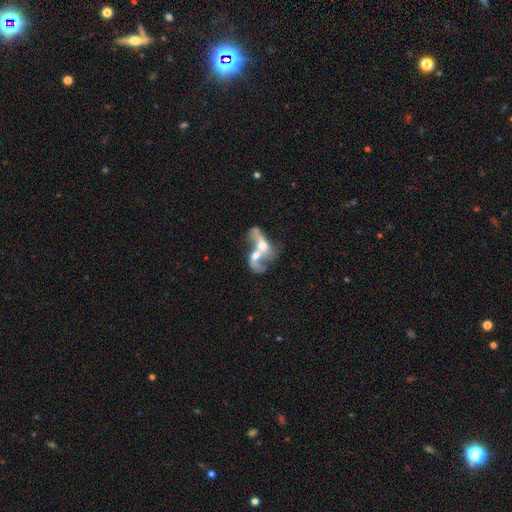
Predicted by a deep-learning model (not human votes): A featured or disk galaxy (57%) with no bar (75%), no spiral arms (58%) and a moderate central bulge (52%).

Vote fractions:
- Smooth or featured? featured or disk: 57% / smooth: 34% / star or artifact: 9%
- Edge-on disk? no: 94% / yes: 6%
- Bar? no: 75% / weak: 19% / strong: 6%
- Spiral arms? no: 58% / yes: 42%
- Bulge size? moderate: 52% / large: 19% / small: 14% / none: 12% / dominant: 3%
- Merging? merger: 80% / major disturbance: 9% / none: 7% / minor disturbance: 4%